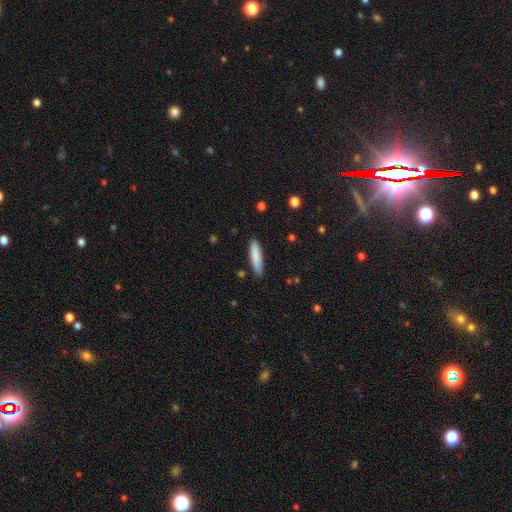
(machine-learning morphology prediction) Overall: smooth (85%). How rounded: cigar-shaped (78%). Merging: none (87%).